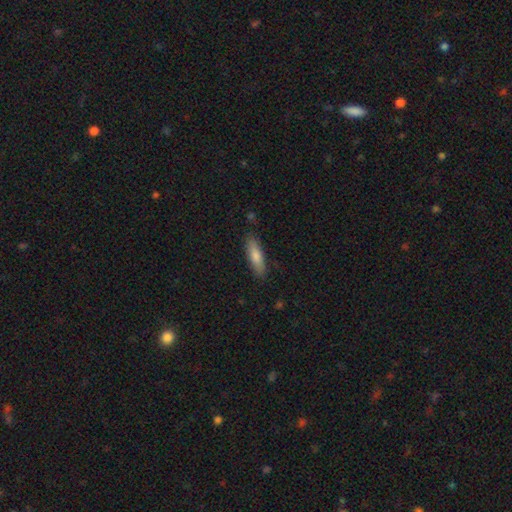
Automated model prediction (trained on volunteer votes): A smooth galaxy with no disk features (77%) that is cigar-shaped (63%).

Vote fractions:
- Smooth or featured? smooth: 77% / featured or disk: 17% / star or artifact: 6%
- How rounded? cigar-shaped: 63% / in between: 35% / round: 2%
- Merging? none: 85% / minor disturbance: 11% / major disturbance: 2% / merger: 1%